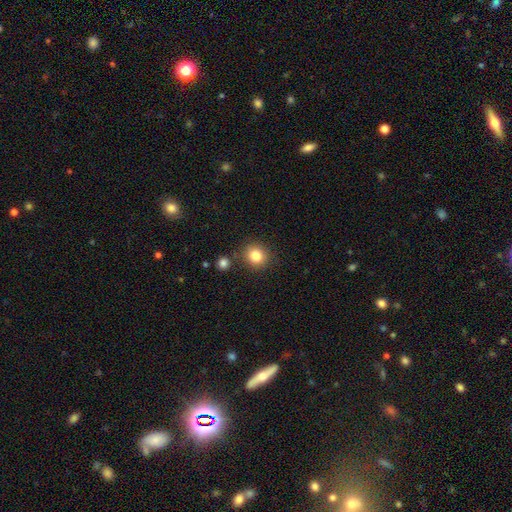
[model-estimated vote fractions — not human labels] smooth 83%, star or artifact 11%, featured or disk 6%. Down the decision tree: how rounded — round (84%); merging — none (84%).